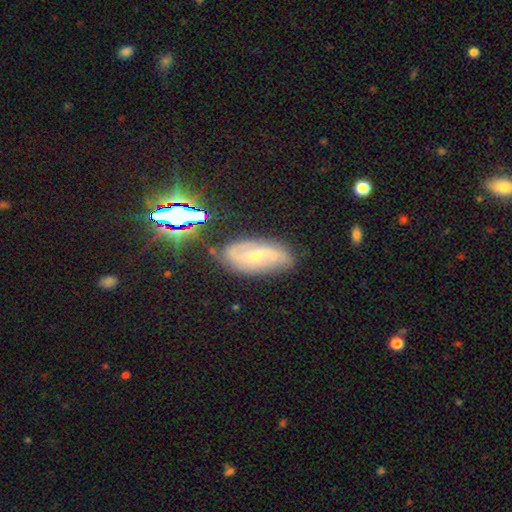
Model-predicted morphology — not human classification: This appears to be a featured or disk galaxy (74%) with a weak bar (45%), 2 (83%) loose (39%, tied with medium) spiral arms (92%) and a small central bulge (64%). Merging: none (79%).